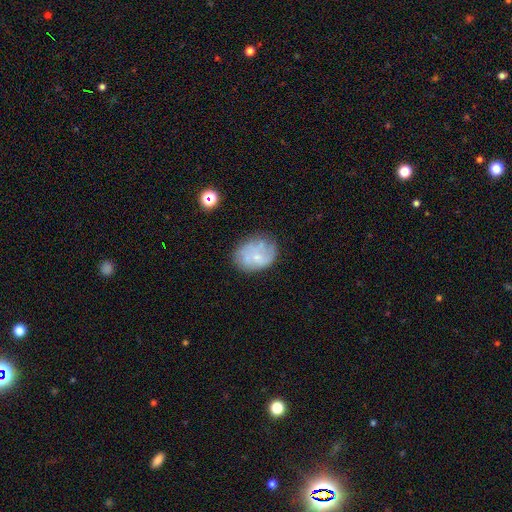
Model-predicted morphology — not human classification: featured or disk 48%, smooth 42%, star or artifact 10%. Down the decision tree: merging — none (59%).